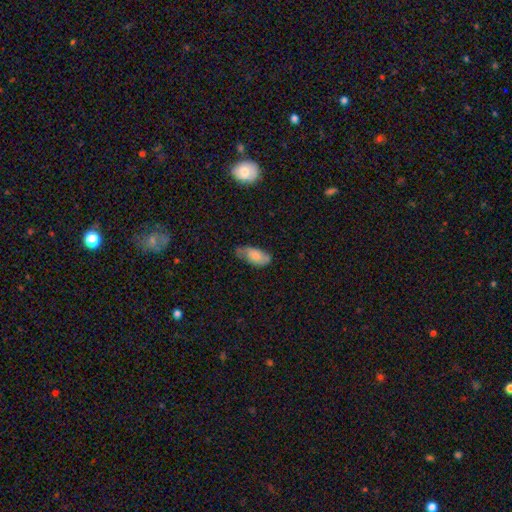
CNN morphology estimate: type=smooth (67%); roundness=in between (88%); merging=none (52%).